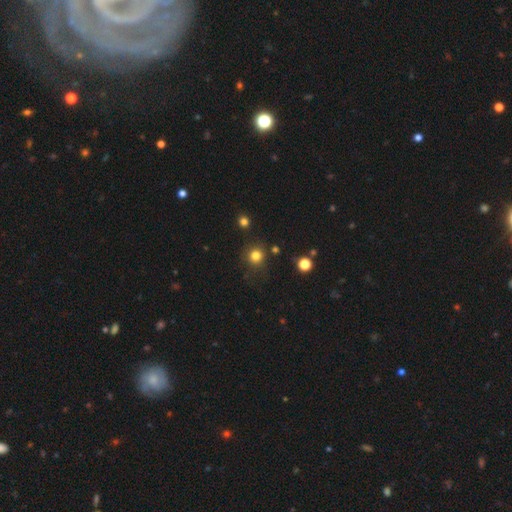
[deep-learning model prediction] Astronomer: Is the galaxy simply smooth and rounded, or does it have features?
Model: smooth — 80%.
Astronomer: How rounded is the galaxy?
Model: round — 92%.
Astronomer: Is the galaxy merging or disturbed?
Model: none — 83%.